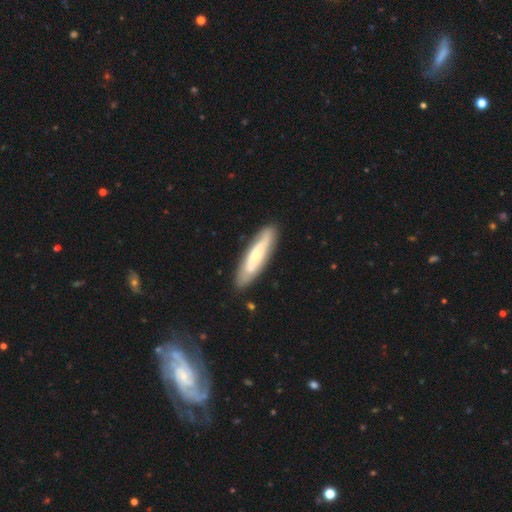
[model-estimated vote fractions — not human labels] Morphology: type=featured or disk (52%); edge-on=no (57%); merging=none (85%).